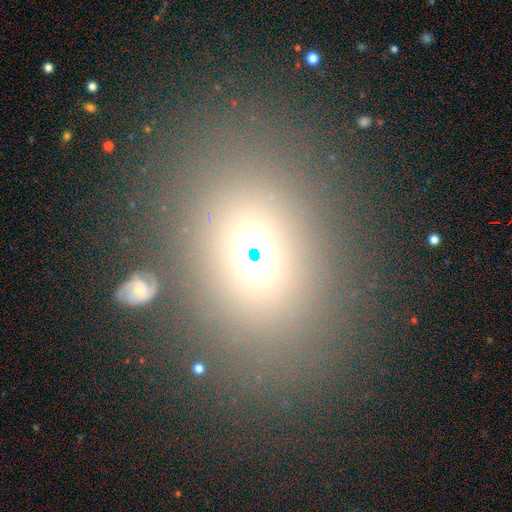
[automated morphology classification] type=smooth (63%); roundness=in between (62%); merging=none (77%).